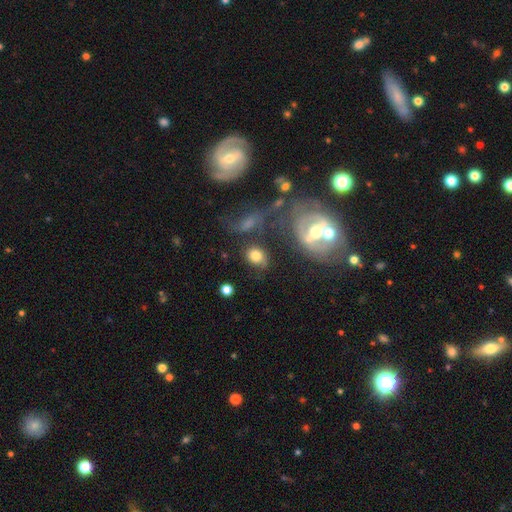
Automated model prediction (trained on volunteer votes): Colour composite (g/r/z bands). It shows a smooth galaxy with no disk features (69%) that is in between round and cigar-shaped (52%). Merging: none (52%).